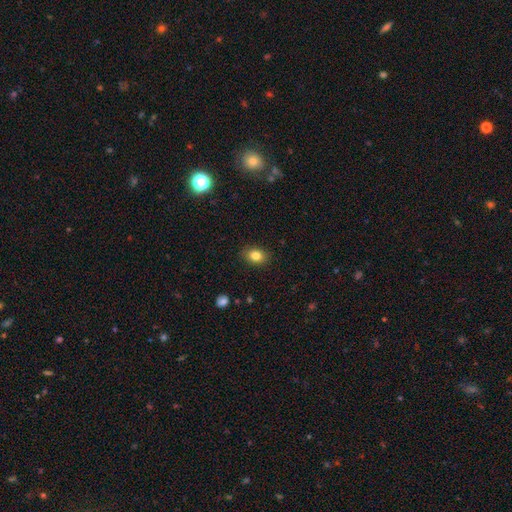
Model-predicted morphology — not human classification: Smooth or featured: smooth — 82% (star or artifact — 10%)
How rounded: in between — 67% (round — 32%)
Merging: none — 88% (minor disturbance — 9%)